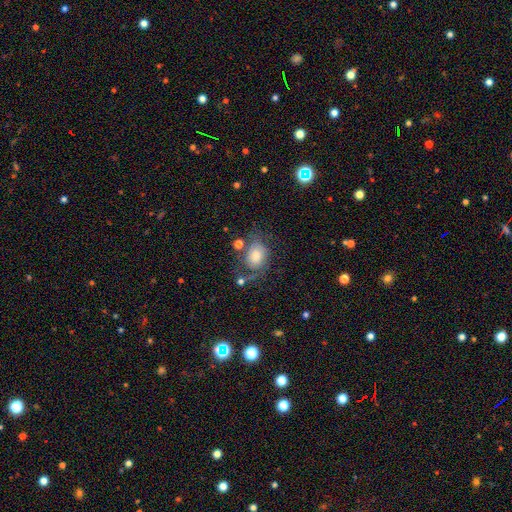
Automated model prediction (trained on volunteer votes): Smooth or featured: smooth — 57% (featured or disk — 30%)
How rounded: in between — 52% (round — 47%)
Merging: none — 54% (minor disturbance — 22%)